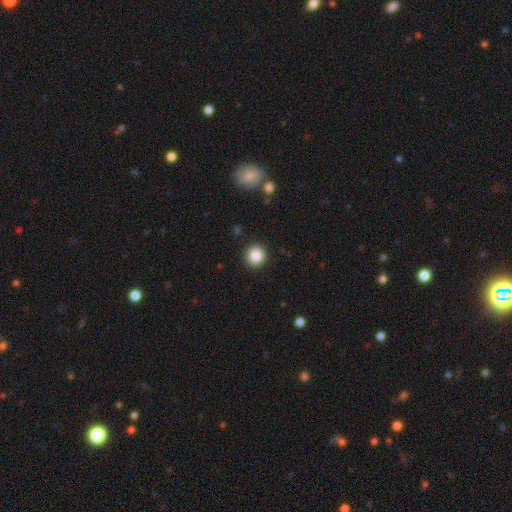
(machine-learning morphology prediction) Smooth or featured? Predicted: smooth (p=0.85). How rounded? Predicted: round (p=0.93). Merging? Predicted: none (p=0.92).